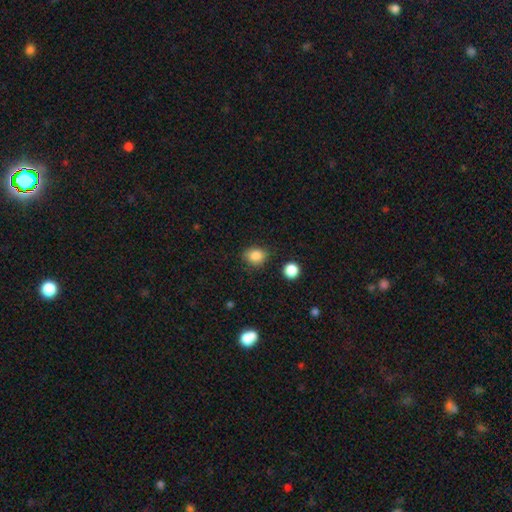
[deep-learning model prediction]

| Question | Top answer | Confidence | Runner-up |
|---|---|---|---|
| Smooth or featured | smooth | 85% | star or artifact (11%) |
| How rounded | round | 60% | in between (39%) |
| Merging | none | 79% | minor disturbance (14%) |